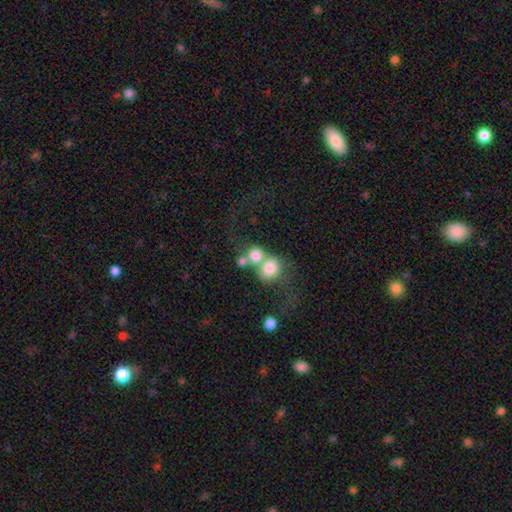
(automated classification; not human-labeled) A smooth galaxy with no disk features (74%) that is round (78%). Merging: merger (58%).